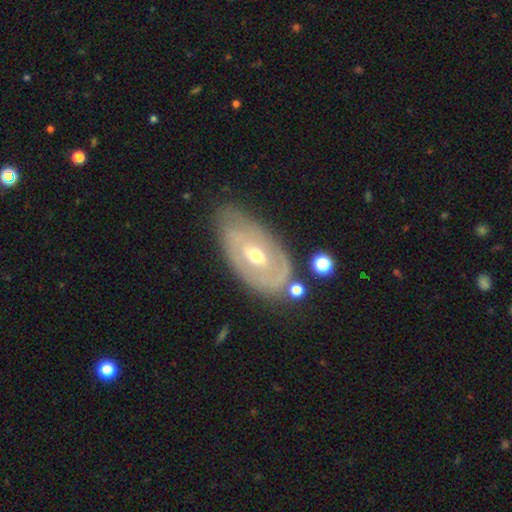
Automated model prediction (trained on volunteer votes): A featured or disk galaxy (75%) with no bar (48%), spiral arms (68%) and a moderate central bulge (60%). Merging: none (67%).